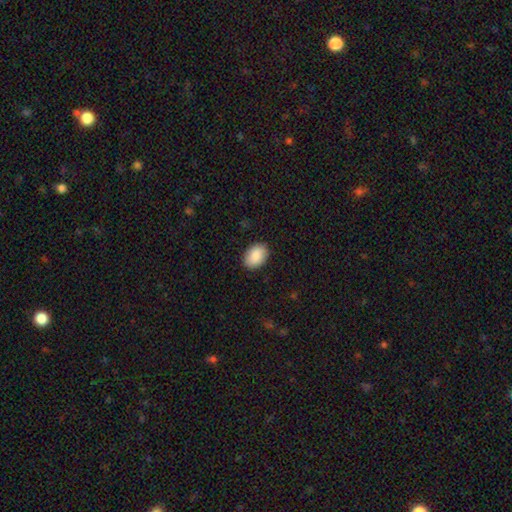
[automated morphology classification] smooth-or-featured: smooth: 89% | star or artifact: 6% | featured or disk: 5%
  how-rounded: in between: 85% | round: 14% | cigar-shaped: 1%
  merging: none: 88% | minor disturbance: 9% | major disturbance: 2% | merger: 1%